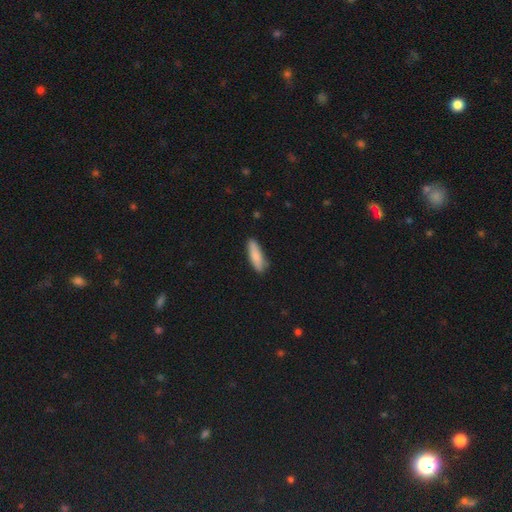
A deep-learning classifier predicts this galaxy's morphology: Smooth or featured?
  - smooth: 84% *
  - featured or disk: 10%
  - star or artifact: 5%
How rounded?
  - cigar-shaped: 65% *
  - in between: 34%
  - round: 2%
Merging?
  - none: 84% *
  - minor disturbance: 12%
  - major disturbance: 2%
  - merger: 1%